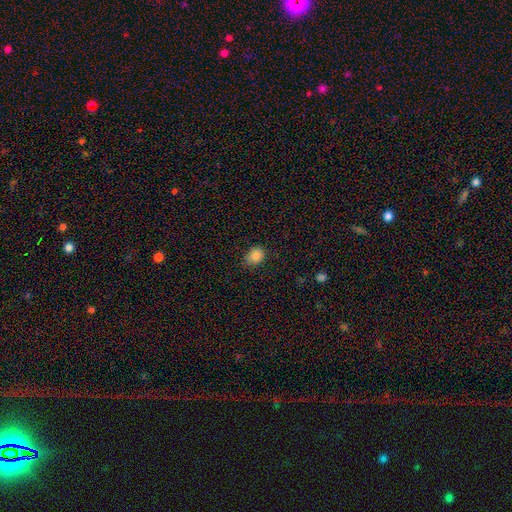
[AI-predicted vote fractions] smooth_or_featured: smooth (p=0.84) [alt: star or artifact p=0.11]
how_rounded: round (p=0.54) [alt: in between p=0.45]
merging: none (p=0.77) [alt: minor disturbance p=0.19]